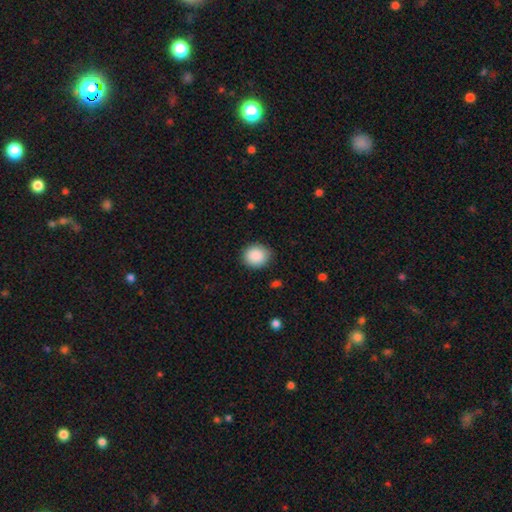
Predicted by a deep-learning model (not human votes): smooth-or-featured: smooth: 90% | star or artifact: 8% | featured or disk: 3%
  how-rounded: round: 77% | in between: 22% | cigar-shaped: 1%
  merging: none: 86% | minor disturbance: 10% | major disturbance: 3% | merger: 1%